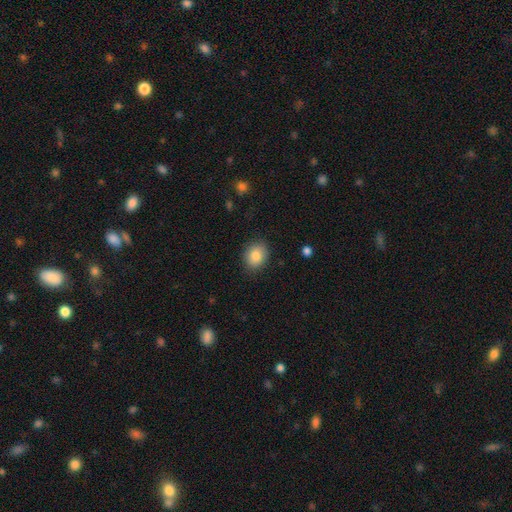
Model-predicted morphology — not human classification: This appears to be a smooth galaxy with no disk features (85%) that is round (52%). Merging: none (85%).